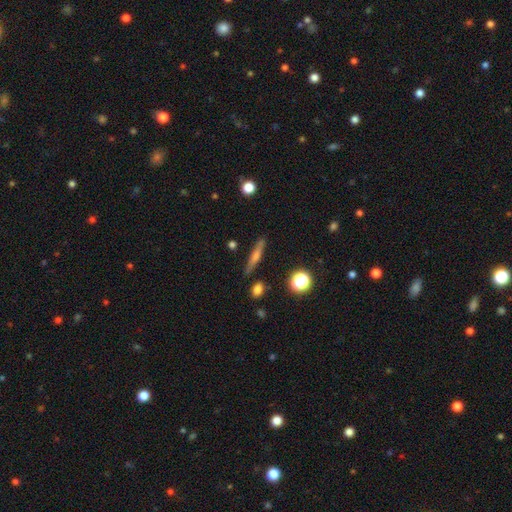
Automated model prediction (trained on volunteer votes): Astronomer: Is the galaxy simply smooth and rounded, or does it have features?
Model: featured or disk — 52% (runner-up: smooth, 38%).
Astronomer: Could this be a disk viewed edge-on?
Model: yes — 95%.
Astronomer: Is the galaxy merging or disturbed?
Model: none — 87%.